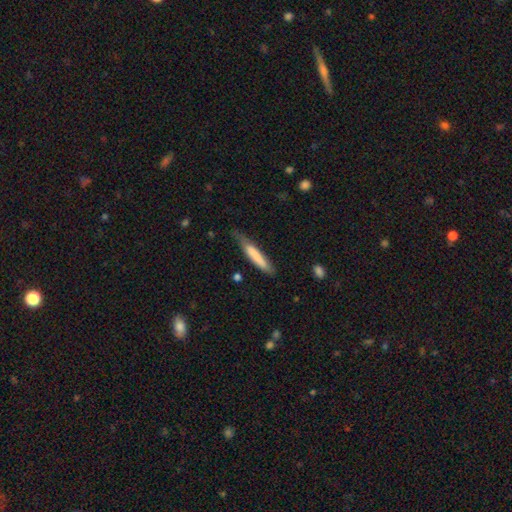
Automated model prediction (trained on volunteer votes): Overall: smooth (74%). How rounded: cigar-shaped (90%). Merging: none (60%; minor disturbance 31%).